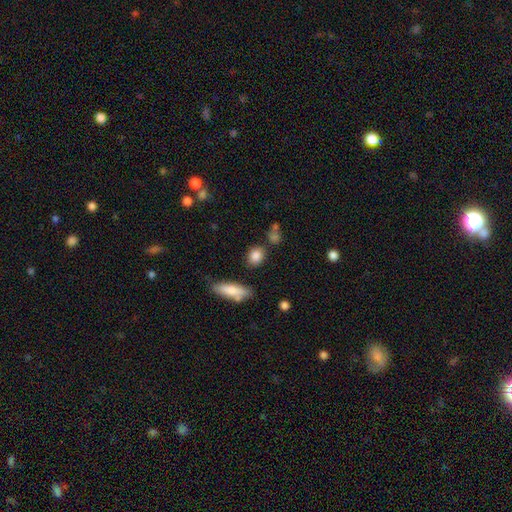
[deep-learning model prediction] smooth-or-featured: smooth: 85% | star or artifact: 9% | featured or disk: 6%
  how-rounded: round: 50% | in between: 45% | cigar-shaped: 4%
  merging: none: 78% | minor disturbance: 12% | merger: 7% | major disturbance: 4%